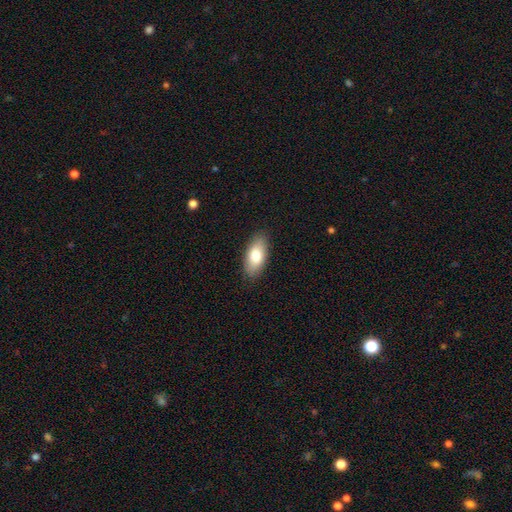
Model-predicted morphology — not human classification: Smooth or featured?
  - smooth: 79% *
  - featured or disk: 15%
  - star or artifact: 6%
How rounded?
  - in between: 87% *
  - cigar-shaped: 10%
  - round: 3%
Merging?
  - none: 87% *
  - minor disturbance: 10%
  - major disturbance: 2%
  - merger: 1%